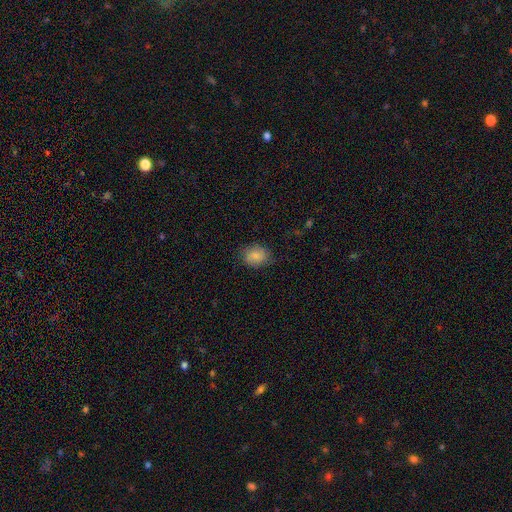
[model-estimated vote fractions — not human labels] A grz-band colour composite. It shows a smooth galaxy with no disk features (83%) that is in between round and cigar-shaped (51%). Merging: none (76%).